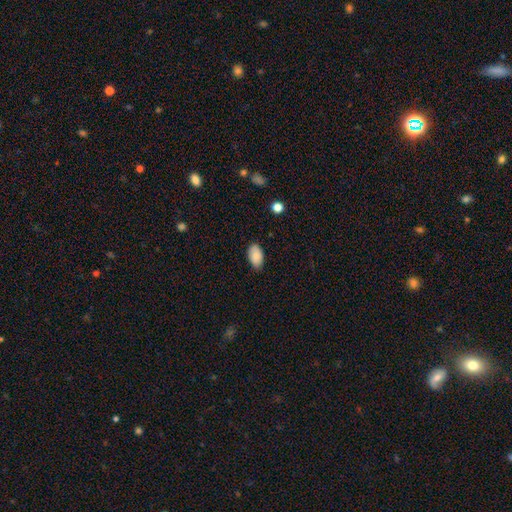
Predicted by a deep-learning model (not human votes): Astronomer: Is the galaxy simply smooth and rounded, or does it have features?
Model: smooth — 89%.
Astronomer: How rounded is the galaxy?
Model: in between — 94%.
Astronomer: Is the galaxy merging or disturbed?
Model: none — 84%.